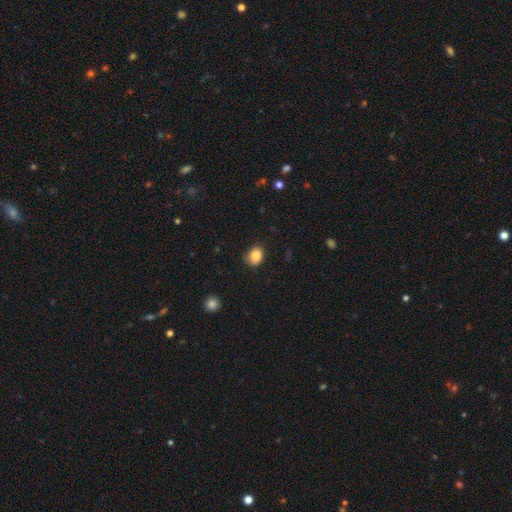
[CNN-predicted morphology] Overall: smooth (84%). How rounded: in between (57%; round 42%). Merging: none (59%; minor disturbance 31%).